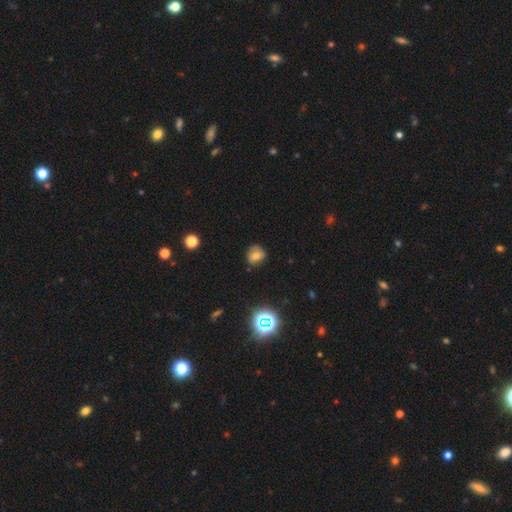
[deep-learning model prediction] The model was most divided on "smooth or featured": smooth: 66%, star or artifact: 17%, featured or disk: 17%. More confident: how rounded — round (77%); merging — none (76%).